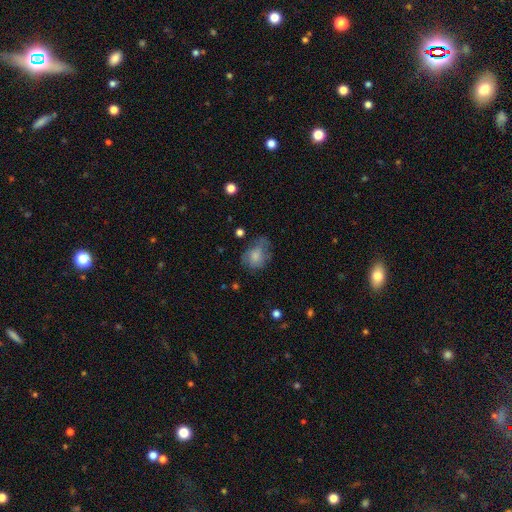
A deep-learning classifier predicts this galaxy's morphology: Smooth or featured? smooth (68%)
How rounded? in between (64%)
Merging? none (43%)